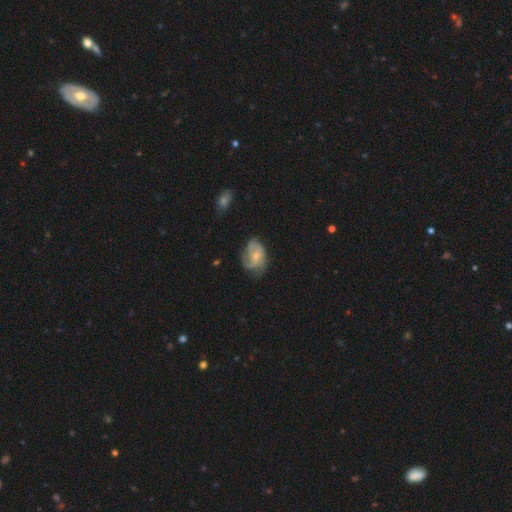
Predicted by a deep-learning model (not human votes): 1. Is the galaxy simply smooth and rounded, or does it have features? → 58% featured or disk, 35% smooth, 7% star or artifact.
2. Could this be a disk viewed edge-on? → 97% no, 3% yes.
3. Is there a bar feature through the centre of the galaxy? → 66% no, 29% weak, 5% strong.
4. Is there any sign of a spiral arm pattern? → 80% yes, 20% no.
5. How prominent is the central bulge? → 55% small, 36% moderate, 6% none, 2% large, 1% dominant.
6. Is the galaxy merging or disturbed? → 48% none, 31% minor disturbance, 19% major disturbance, 2% merger.